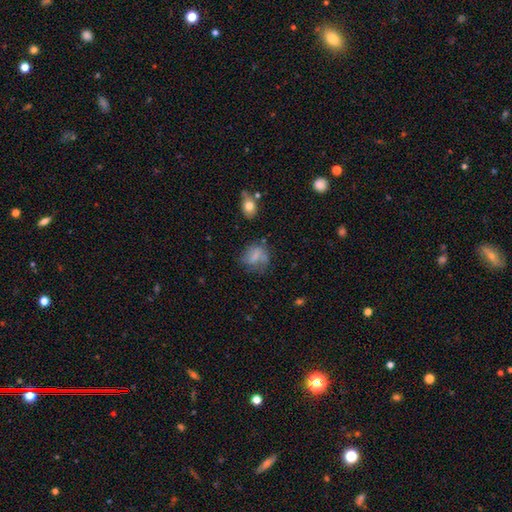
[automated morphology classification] A smooth galaxy with no disk features (63%) that is in between round and cigar-shaped (51%). Merging: none (43%).